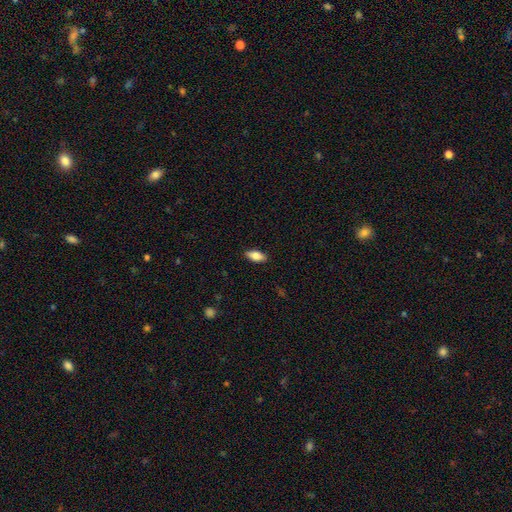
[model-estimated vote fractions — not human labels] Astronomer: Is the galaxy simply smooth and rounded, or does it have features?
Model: smooth — 80%.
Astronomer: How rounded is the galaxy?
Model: in between — 85%.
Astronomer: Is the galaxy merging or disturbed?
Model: none — 87%.